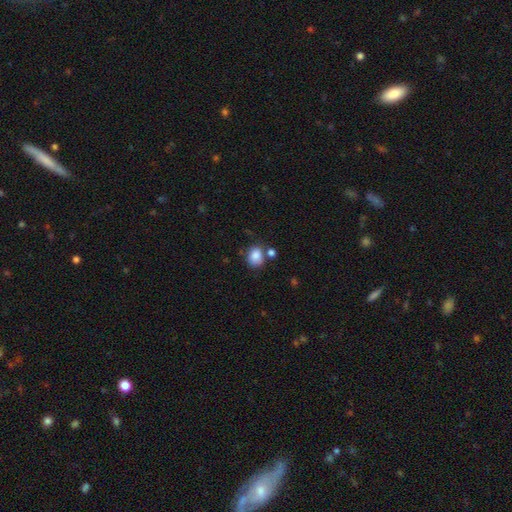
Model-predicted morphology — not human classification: A smooth galaxy with no disk features (85%) that is round (57%). Merging: none (62%).